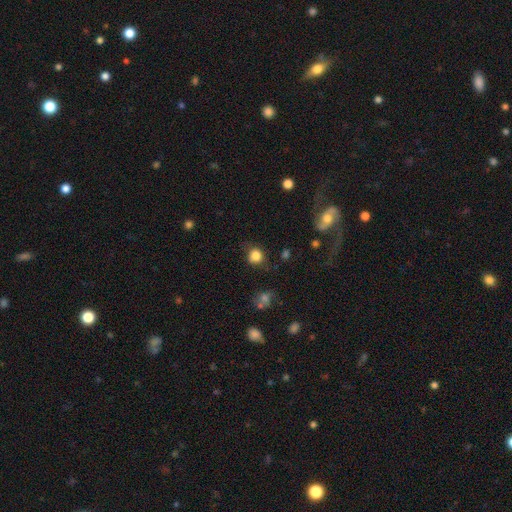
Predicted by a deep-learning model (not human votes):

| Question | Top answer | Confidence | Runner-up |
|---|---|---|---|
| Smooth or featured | smooth | 83% | star or artifact (11%) |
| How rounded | round | 79% | in between (20%) |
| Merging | none | 70% | minor disturbance (20%) |